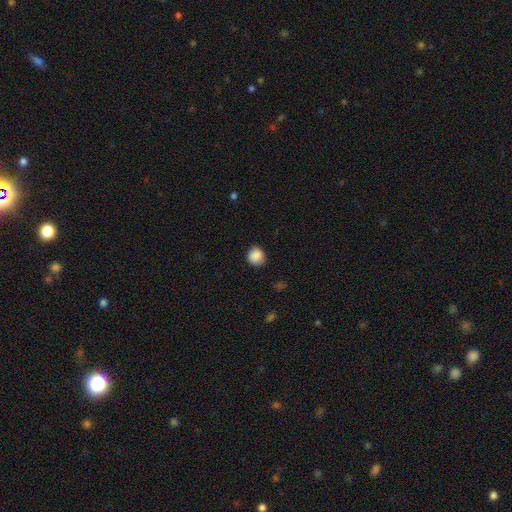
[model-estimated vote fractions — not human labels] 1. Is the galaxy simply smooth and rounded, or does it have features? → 88% smooth, 9% star or artifact, 3% featured or disk.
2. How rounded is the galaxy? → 90% round, 9% in between, 1% cigar-shaped.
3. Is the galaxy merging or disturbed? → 88% none, 9% minor disturbance, 2% major disturbance, 1% merger.